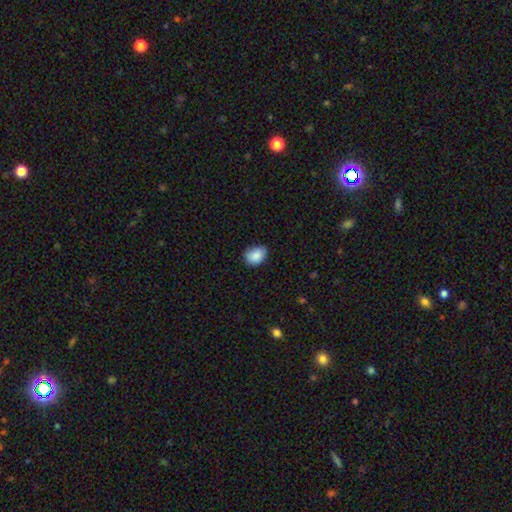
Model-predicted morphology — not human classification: Overall: smooth (87%). How rounded: in between (62%; round 37%). Merging: none (72%).